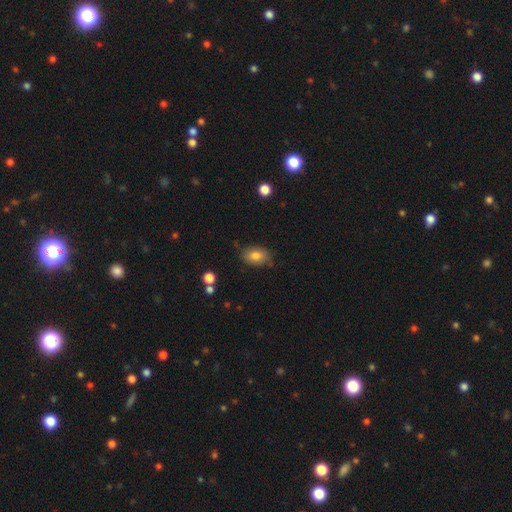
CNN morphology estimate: Q: Smooth or featured?
A: smooth (80%); runner-up: featured or disk (12%)
Q: How rounded?
A: in between (86%); runner-up: round (12%)
Q: Merging?
A: none (76%); runner-up: minor disturbance (18%)